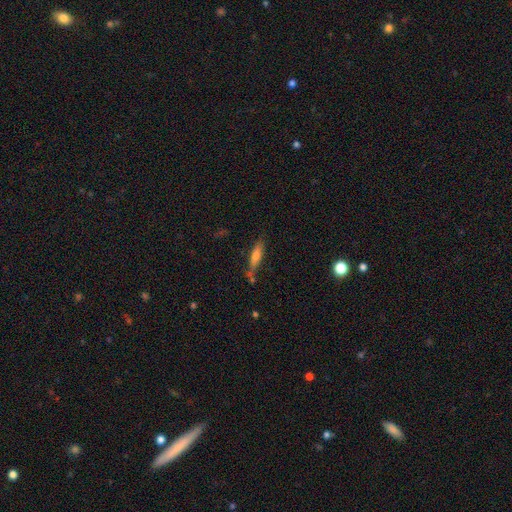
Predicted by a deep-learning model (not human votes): Overall: smooth (62%; featured or disk 30%). How rounded: cigar-shaped (72%). Merging: none (64%).